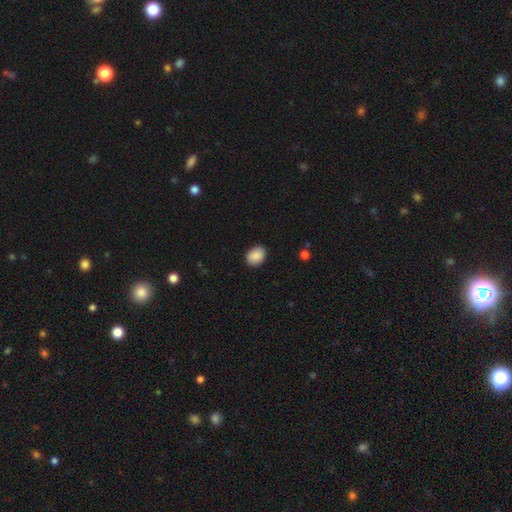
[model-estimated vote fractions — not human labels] Overall: smooth (90%). How rounded: in between (65%; round 34%). Merging: none (88%).